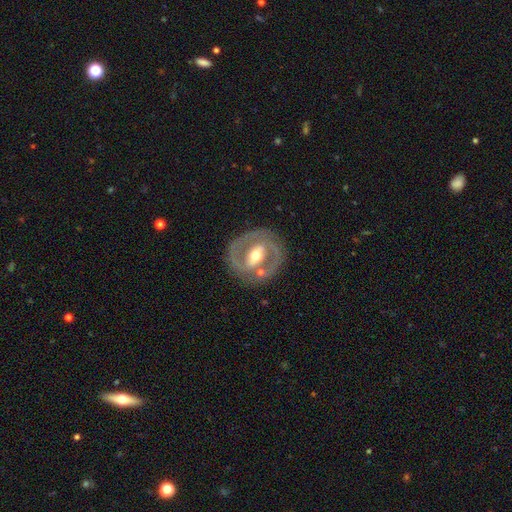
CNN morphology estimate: Smooth or featured: featured or disk — 83% (smooth — 12%)
Edge-on disk: no — 96% (yes — 4%)
Bar: strong — 42% (weak — 37%)
Spiral arms: yes — 84% (no — 16%)
Spiral winding: medium — 46% (tight — 42%)
Spiral arm count: 2 — 87% (can't tell — 6%)
Bulge size: moderate — 69% (small — 20%)
Merging: none — 79% (minor disturbance — 12%)